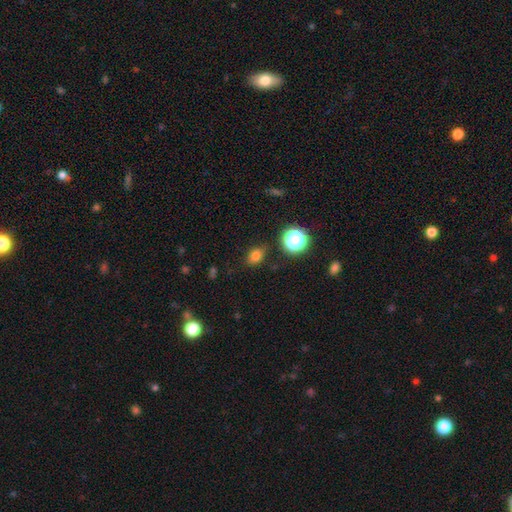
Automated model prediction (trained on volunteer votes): Smooth or featured?
  - smooth: 77% *
  - star or artifact: 17%
  - featured or disk: 7%
How rounded?
  - in between: 60% *
  - round: 39%
  - cigar-shaped: 1%
Merging?
  - none: 82% *
  - minor disturbance: 13%
  - major disturbance: 3%
  - merger: 2%